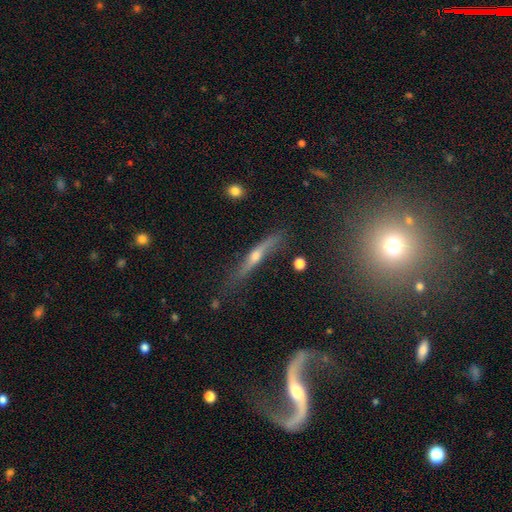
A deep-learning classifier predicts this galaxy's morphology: Q: Smooth or featured?
A: featured or disk (67%); runner-up: smooth (24%)
Q: Edge-on disk?
A: yes (88%); runner-up: no (12%)
Q: Edge-on bulge?
A: rounded (86%); runner-up: none (10%)
Q: Merging?
A: none (65%); runner-up: minor disturbance (23%)